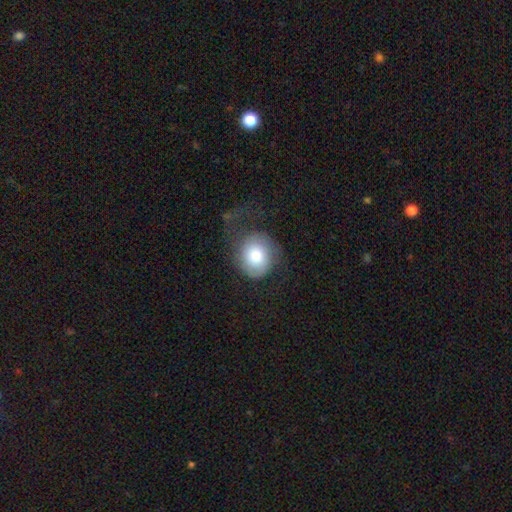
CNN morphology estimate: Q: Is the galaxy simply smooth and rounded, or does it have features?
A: smooth — 65%.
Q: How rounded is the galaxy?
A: round — 71%.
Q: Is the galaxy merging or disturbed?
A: none — 43%.